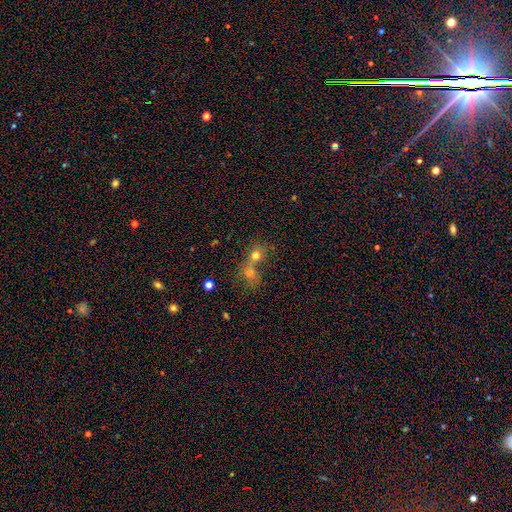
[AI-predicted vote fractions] smooth 70%, star or artifact 16%, featured or disk 14%. Down the decision tree: how rounded — round (76%); merging — merger (61%).